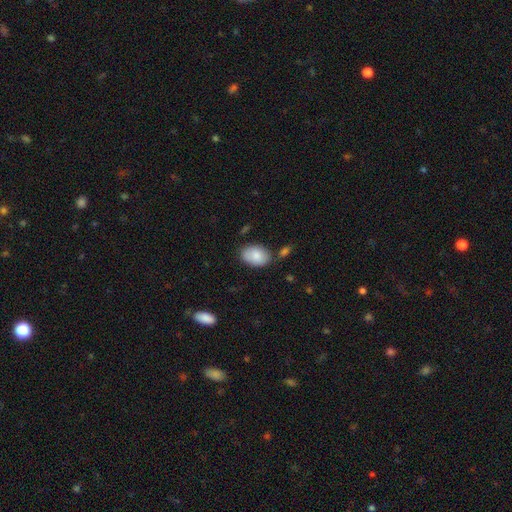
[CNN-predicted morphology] Smooth or featured? Predicted: smooth (p=0.84). How rounded? Predicted: in between (p=0.86). Merging? Predicted: none (p=0.70).